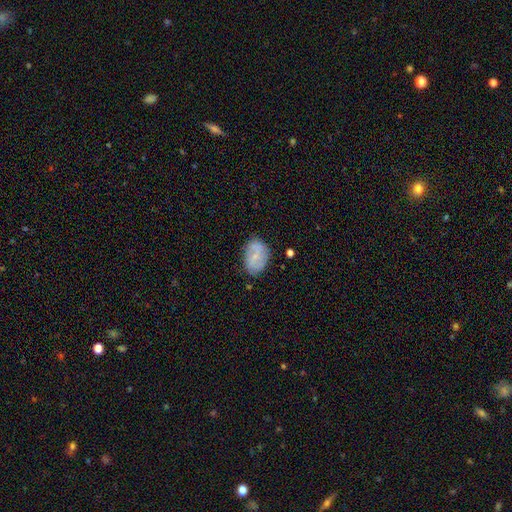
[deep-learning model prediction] Smooth or featured? smooth (49%)
Merging? none (73%)